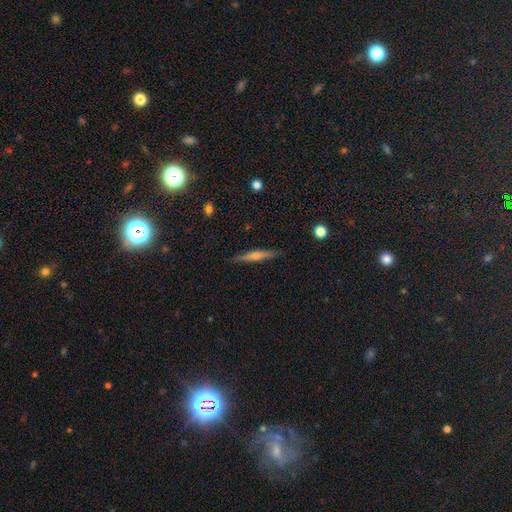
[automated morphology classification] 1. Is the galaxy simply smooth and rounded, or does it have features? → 67% featured or disk, 23% smooth, 10% star or artifact.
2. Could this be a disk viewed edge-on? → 97% yes, 3% no.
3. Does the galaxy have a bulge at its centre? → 80% rounded, 14% none, 7% boxy.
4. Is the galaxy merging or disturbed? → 90% none, 7% minor disturbance, 1% major disturbance, 1% merger.